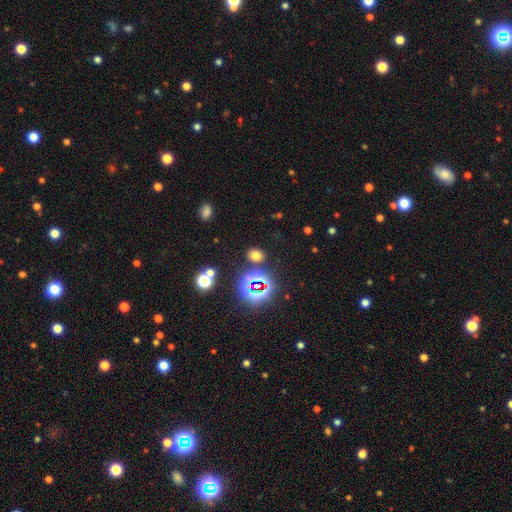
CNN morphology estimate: The model was most divided on "how rounded": round: 51%, in between: 48%, cigar-shaped: 1%. More confident: merging — none (83%); smooth or featured — smooth (64%).